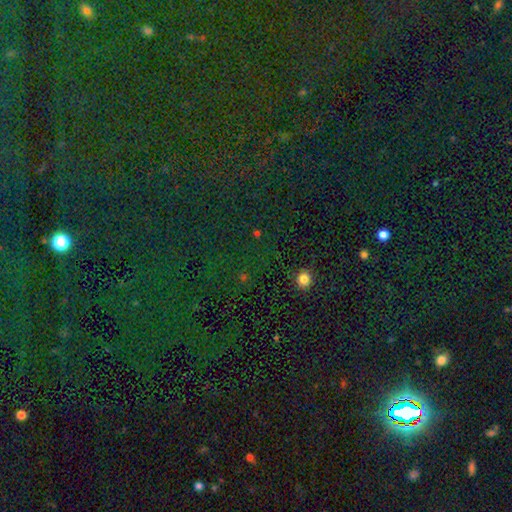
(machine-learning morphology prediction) Smooth or featured: star or artifact — 78% (smooth — 15%)